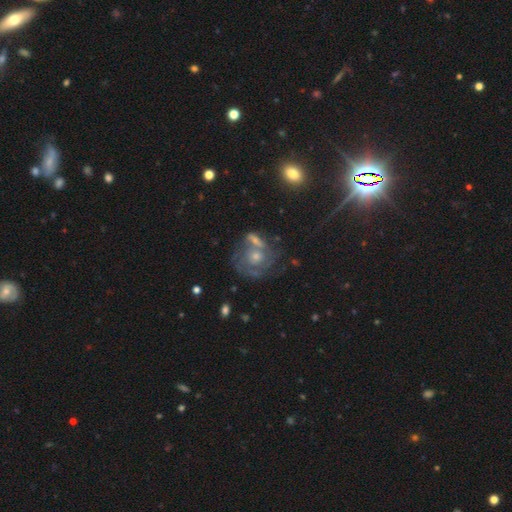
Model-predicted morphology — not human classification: featured or disk 68%, star or artifact 16%, smooth 16%. Down the decision tree: edge-on disk — no (96%); bar — no (71%); spiral arms — yes (79%); spiral arm count — can't tell (40%); spiral winding — tight (53%); bulge size — moderate (48%); merging — none (49%).